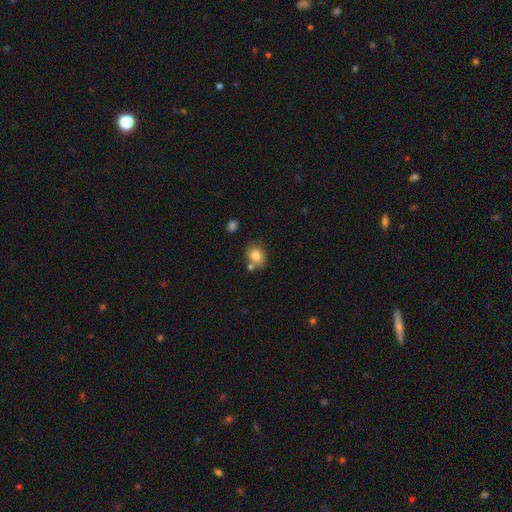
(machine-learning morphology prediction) The model was most divided on "how rounded": in between: 54%, round: 45%, cigar-shaped: 1%. More confident: smooth or featured — smooth (83%); merging — none (66%).